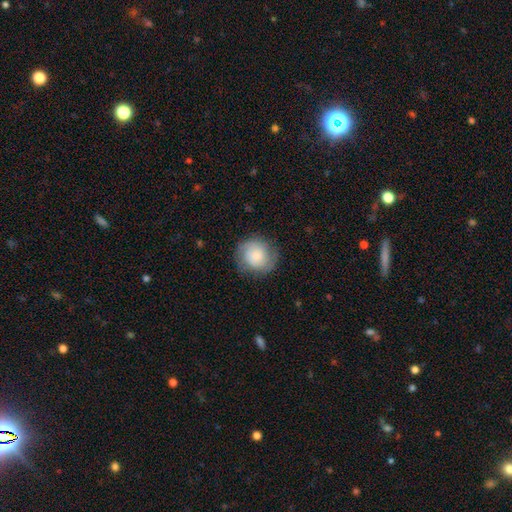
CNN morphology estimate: type=smooth (60%); roundness=round (87%); merging=none (78%).